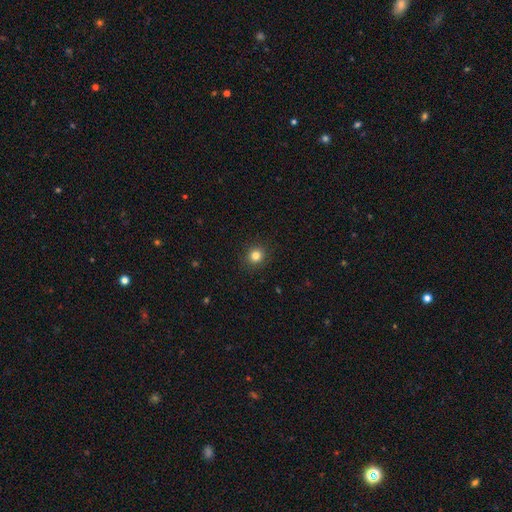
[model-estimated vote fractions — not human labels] smooth-or-featured: smooth: 82% | star or artifact: 13% | featured or disk: 5%
  how-rounded: round: 86% | in between: 13% | cigar-shaped: 1%
  merging: none: 91% | minor disturbance: 6% | major disturbance: 2% | merger: 1%